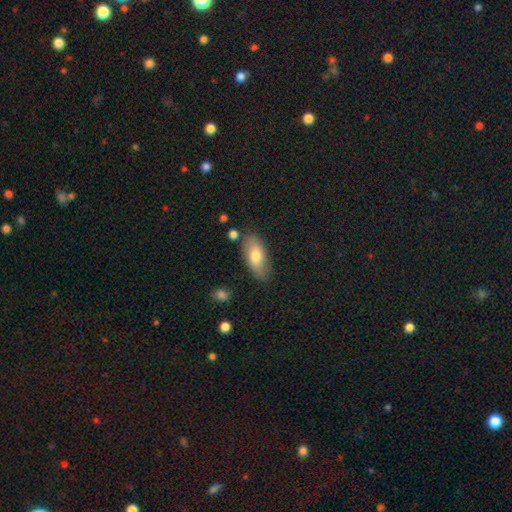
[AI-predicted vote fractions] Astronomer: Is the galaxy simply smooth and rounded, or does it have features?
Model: smooth — 72%.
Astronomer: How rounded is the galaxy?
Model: in between — 88%.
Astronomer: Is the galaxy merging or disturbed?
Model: none — 78%.